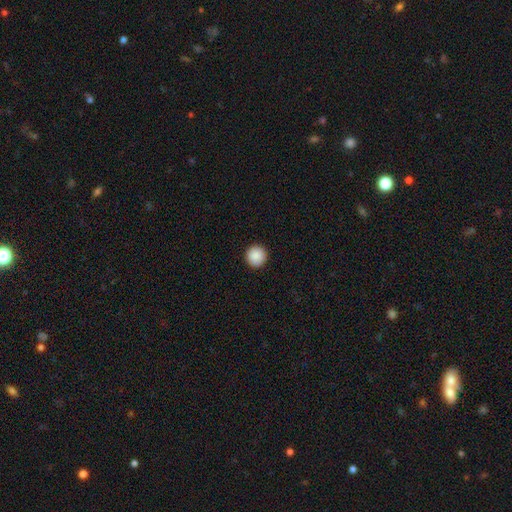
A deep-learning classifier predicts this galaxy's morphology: type=smooth (89%); roundness=round (96%); merging=none (92%).